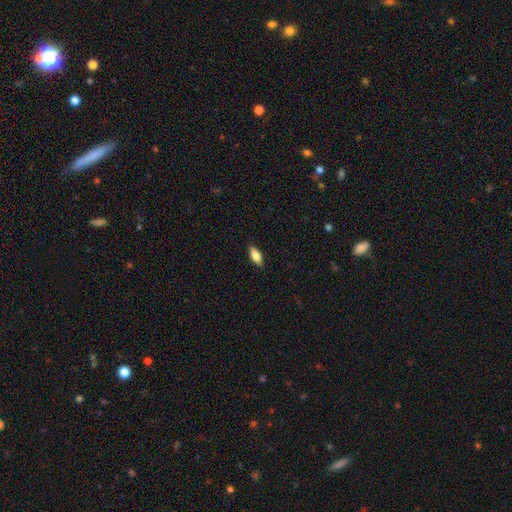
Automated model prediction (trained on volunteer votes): Smooth or featured?
  - smooth: 69% *
  - featured or disk: 24%
  - star or artifact: 7%
How rounded?
  - in between: 76% *
  - cigar-shaped: 21%
  - round: 3%
Merging?
  - none: 88% *
  - minor disturbance: 9%
  - major disturbance: 2%
  - merger: 1%